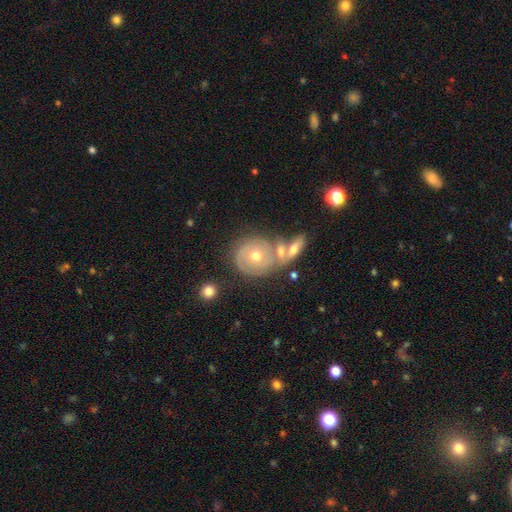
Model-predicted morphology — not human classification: Smooth or featured: featured or disk — 71% (smooth — 20%)
Edge-on disk: no — 95% (yes — 5%)
Bar: no — 80% (weak — 16%)
Spiral arms: yes — 80% (no — 20%)
Spiral winding: tight — 74% (medium — 20%)
Spiral arm count: 2 — 41% (can't tell — 35%)
Bulge size: moderate — 60% (small — 35%)
Merging: none — 58% (merger — 23%)